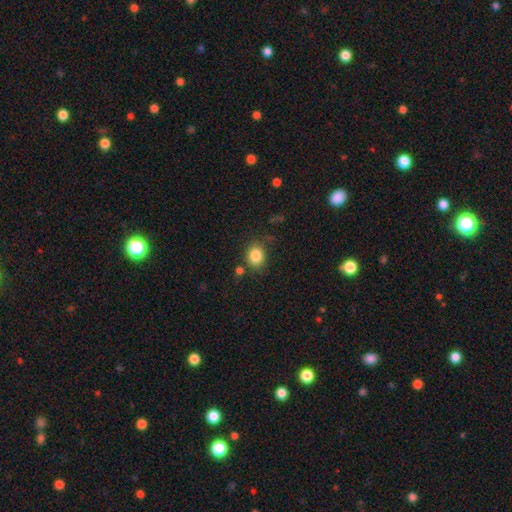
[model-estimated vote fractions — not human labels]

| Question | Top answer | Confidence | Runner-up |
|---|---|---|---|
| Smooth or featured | smooth | 84% | star or artifact (10%) |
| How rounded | round | 64% | in between (35%) |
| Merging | none | 75% | minor disturbance (14%) |